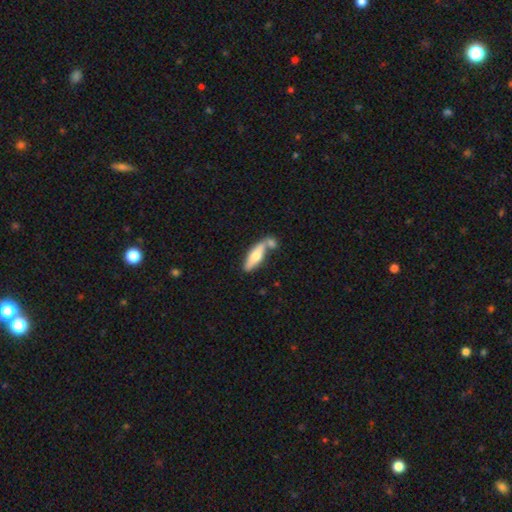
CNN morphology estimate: This appears to be a smooth galaxy with no disk features (61%) that is cigar-shaped (54%). Merging: none (46%).